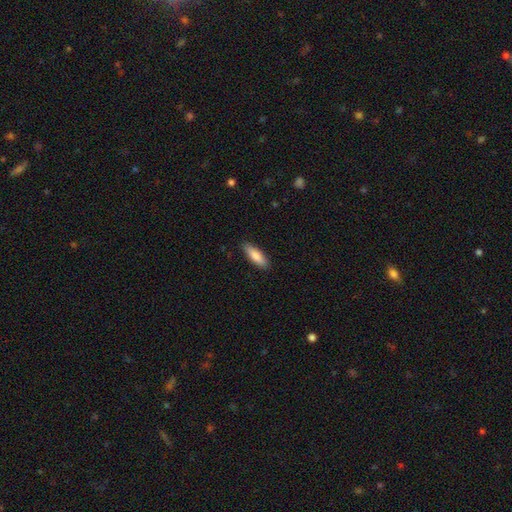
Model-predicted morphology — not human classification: This is clearly a smooth galaxy (82%). How rounded: possibly in between (51%). Merging: clearly none (88%).